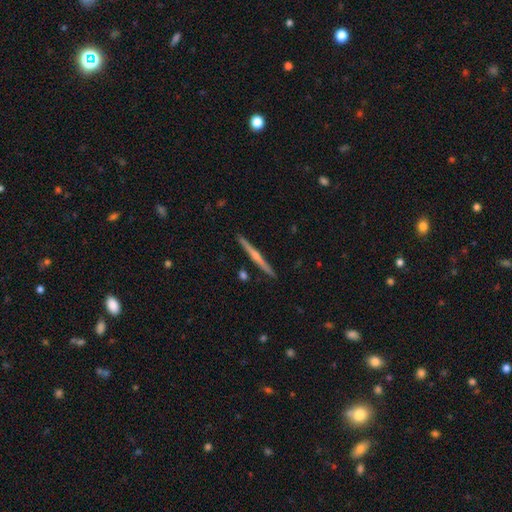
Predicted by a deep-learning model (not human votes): Smooth or featured: featured or disk — 74% (smooth — 21%)
Edge-on disk: yes — 98% (no — 2%)
Edge-on bulge: rounded — 73% (none — 21%)
Merging: none — 92% (minor disturbance — 5%)